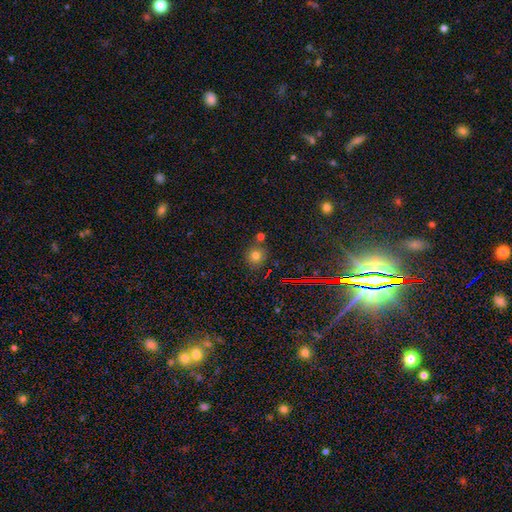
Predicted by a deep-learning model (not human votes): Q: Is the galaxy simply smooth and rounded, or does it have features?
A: smooth — 73%.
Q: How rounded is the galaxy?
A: round — 89%.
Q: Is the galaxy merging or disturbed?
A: none — 74%.